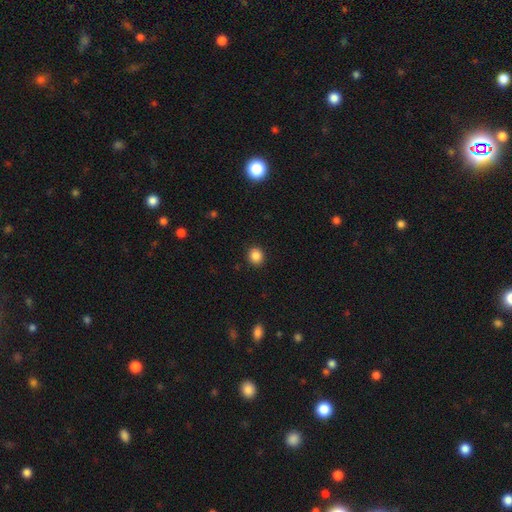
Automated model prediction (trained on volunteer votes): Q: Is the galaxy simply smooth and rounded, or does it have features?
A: smooth — 86%.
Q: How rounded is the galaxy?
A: round — 83%.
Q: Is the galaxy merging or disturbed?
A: none — 91%.